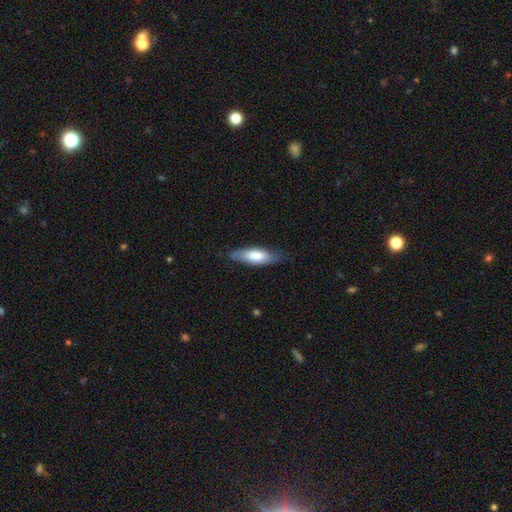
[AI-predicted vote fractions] This is likely a smooth galaxy (71%). How rounded: likely in between (61%). Merging: likely none (76%).